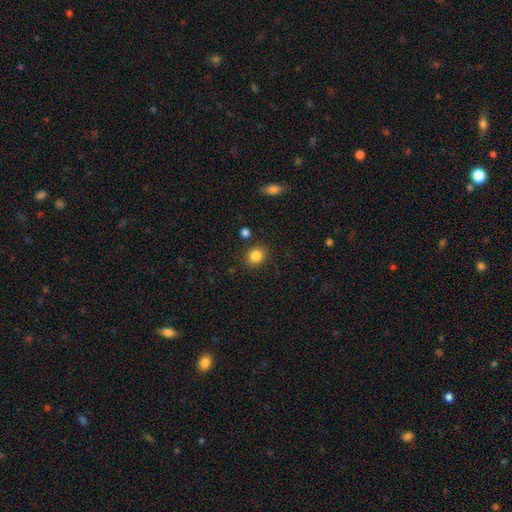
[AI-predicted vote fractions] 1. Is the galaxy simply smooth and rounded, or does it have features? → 84% smooth, 11% star or artifact, 5% featured or disk.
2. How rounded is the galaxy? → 74% round, 26% in between, 1% cigar-shaped.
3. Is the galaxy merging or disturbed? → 85% none, 9% minor disturbance, 3% merger, 3% major disturbance.